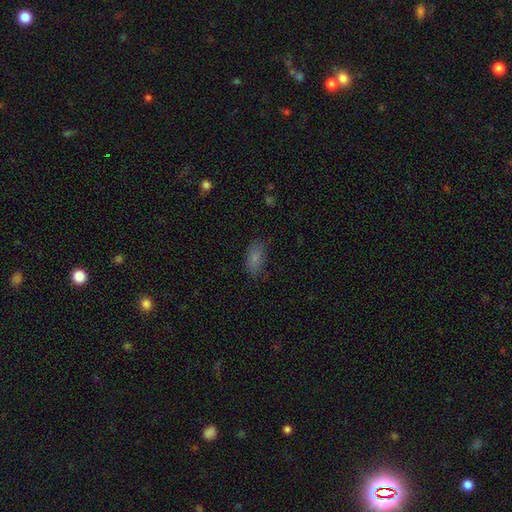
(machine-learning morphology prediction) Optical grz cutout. It shows a smooth galaxy with no disk features (74%) that is in between round and cigar-shaped (85%). Merging: none (80%).